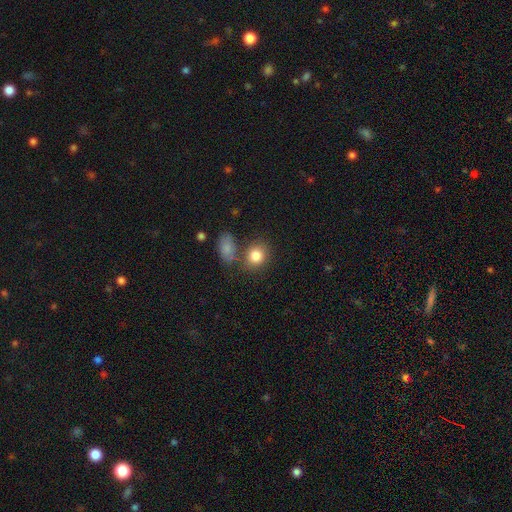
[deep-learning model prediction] The model was most divided on "how rounded": round: 66%, in between: 33%, cigar-shaped: 1%. More confident: smooth or featured — smooth (83%); merging — none (64%).